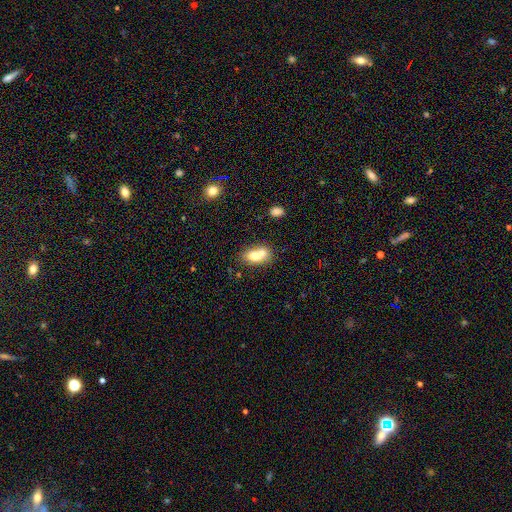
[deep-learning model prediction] Smooth or featured? Predicted: smooth (p=0.69). How rounded? Predicted: in between (p=0.75). Merging? Predicted: merger (p=0.58).